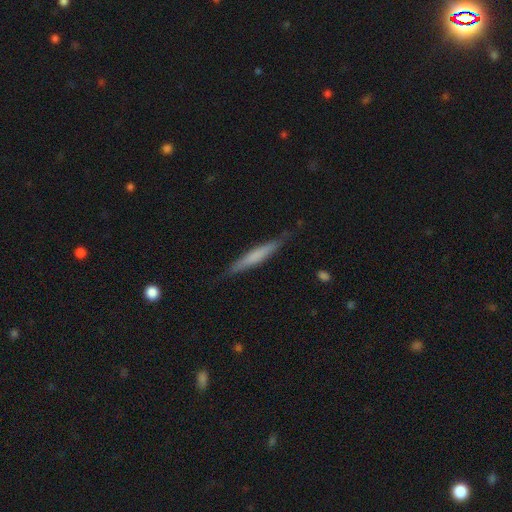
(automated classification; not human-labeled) smooth_or_featured: smooth (p=0.57) [alt: featured or disk p=0.37]
how_rounded: cigar-shaped (p=0.94) [alt: in between p=0.05]
merging: none (p=0.84) [alt: minor disturbance p=0.12]